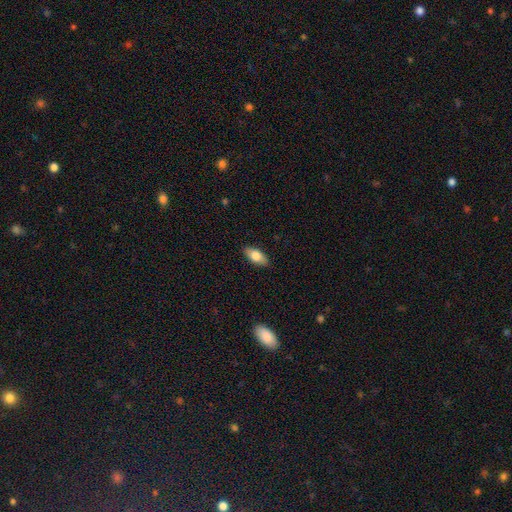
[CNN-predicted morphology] Smooth or featured? Predicted: smooth (p=0.77). How rounded? Predicted: in between (p=0.87). Merging? Predicted: none (p=0.88).